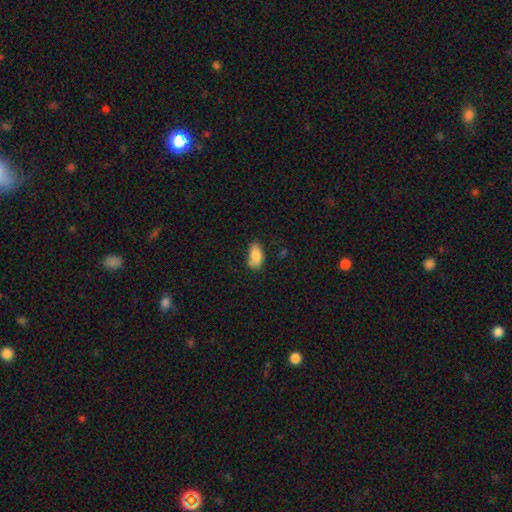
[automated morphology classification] Smooth or featured?
  - smooth: 84% *
  - featured or disk: 8%
  - star or artifact: 7%
How rounded?
  - in between: 92% *
  - round: 4%
  - cigar-shaped: 4%
Merging?
  - none: 62% *
  - minor disturbance: 27%
  - major disturbance: 6%
  - merger: 5%